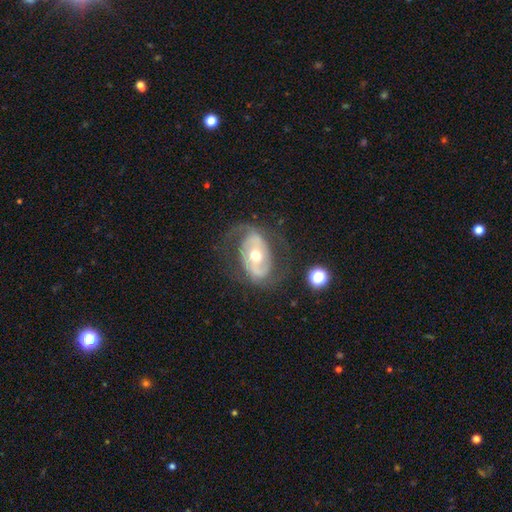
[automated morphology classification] This is likely a featured or disk galaxy (78%). It is clearly not viewed edge-on (95%). Bar: possibly no (48%). Spiral arm pattern: likely yes (75%). Spiral arm count: likely 2 (78%). Spiral winding: marginally medium (42%). Central bulge: likely moderate (75%). Merging: likely none (62%).